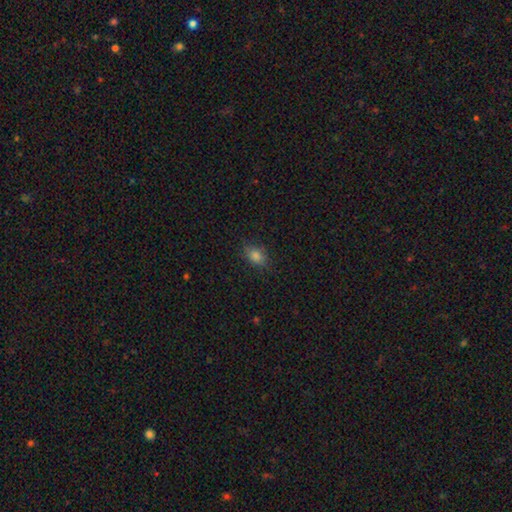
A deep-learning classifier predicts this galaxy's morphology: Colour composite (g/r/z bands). It shows a smooth galaxy with no disk features (79%) that is in between round and cigar-shaped (73%). Merging: none (83%).